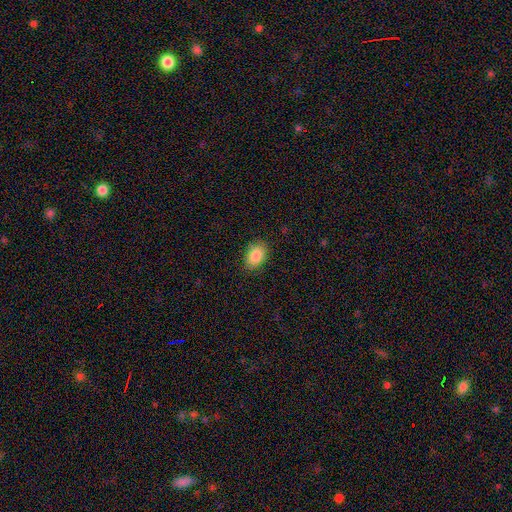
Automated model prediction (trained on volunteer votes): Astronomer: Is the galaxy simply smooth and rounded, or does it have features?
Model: smooth — 87%.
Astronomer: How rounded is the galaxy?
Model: in between — 85%.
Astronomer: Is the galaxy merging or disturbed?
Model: none — 85%.